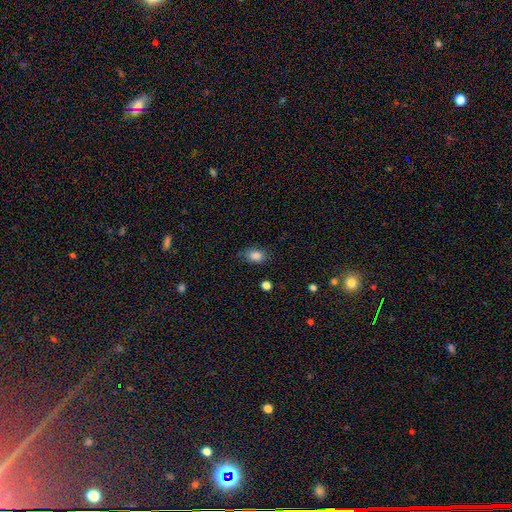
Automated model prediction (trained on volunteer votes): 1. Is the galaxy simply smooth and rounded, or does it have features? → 85% smooth, 10% star or artifact, 5% featured or disk.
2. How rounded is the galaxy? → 76% in between, 22% round, 2% cigar-shaped.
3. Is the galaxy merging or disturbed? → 73% none, 21% minor disturbance, 5% major disturbance, 2% merger.